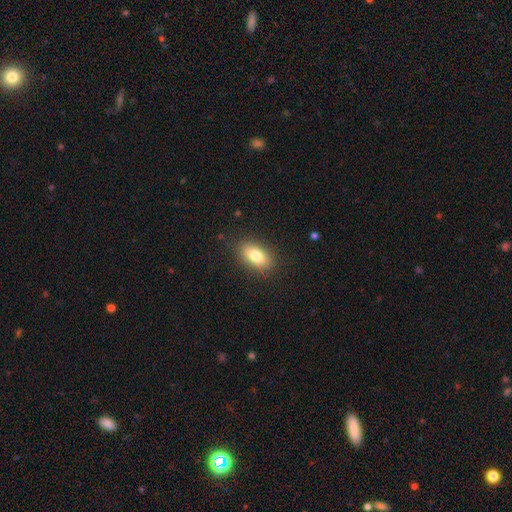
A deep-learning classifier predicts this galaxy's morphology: Smooth or featured: smooth — 80% (featured or disk — 12%)
How rounded: in between — 87% (cigar-shaped — 6%)
Merging: none — 86% (minor disturbance — 10%)